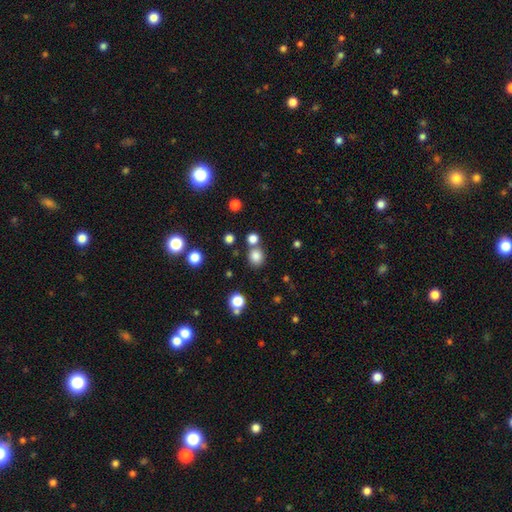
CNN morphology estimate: Smooth or featured? Predicted: smooth (p=0.81). How rounded? Predicted: round (p=0.84). Merging? Predicted: none (p=0.71).